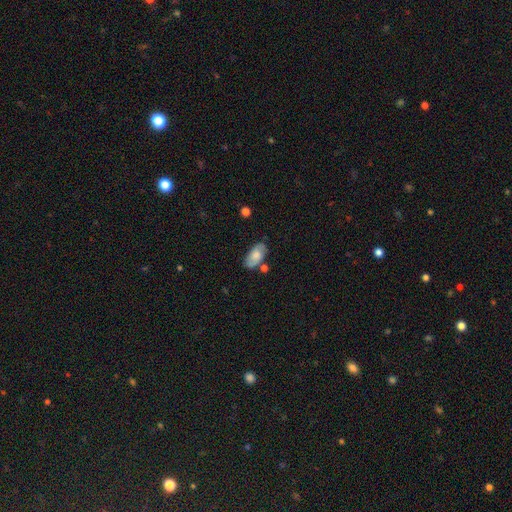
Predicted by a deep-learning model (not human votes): A smooth galaxy with no disk features (63%) that is in between round and cigar-shaped (93%).

Vote fractions:
- Smooth or featured? smooth: 63% / featured or disk: 30% / star or artifact: 7%
- How rounded? in between: 93% / round: 4% / cigar-shaped: 4%
- Merging? none: 71% / minor disturbance: 17% / merger: 7% / major disturbance: 4%